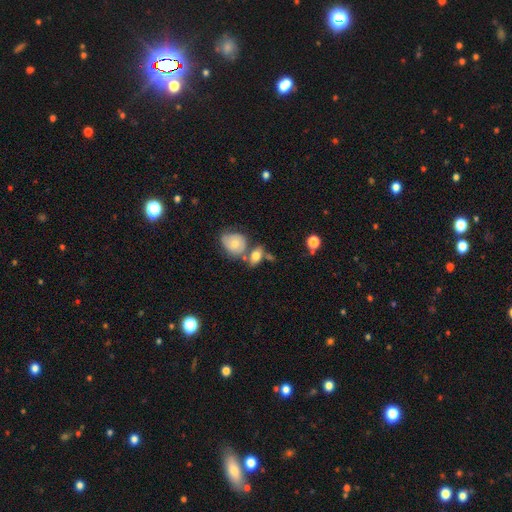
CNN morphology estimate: smooth 67%, featured or disk 23%, star or artifact 9%. Down the decision tree: how rounded — in between (74%); merging — none (47%).